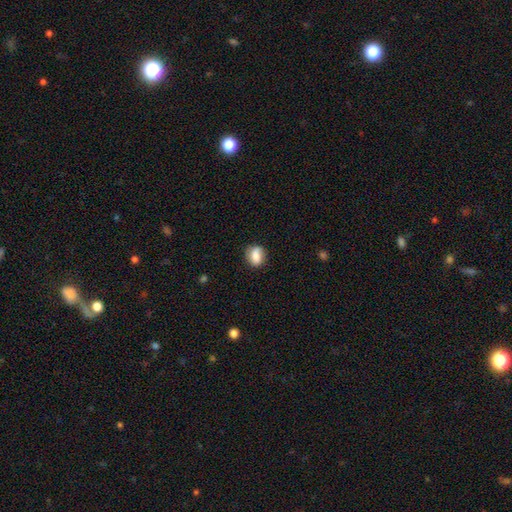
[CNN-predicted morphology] Smooth or featured: smooth — 74% (featured or disk — 18%)
How rounded: round — 50% (in between — 48%)
Merging: none — 77% (minor disturbance — 17%)